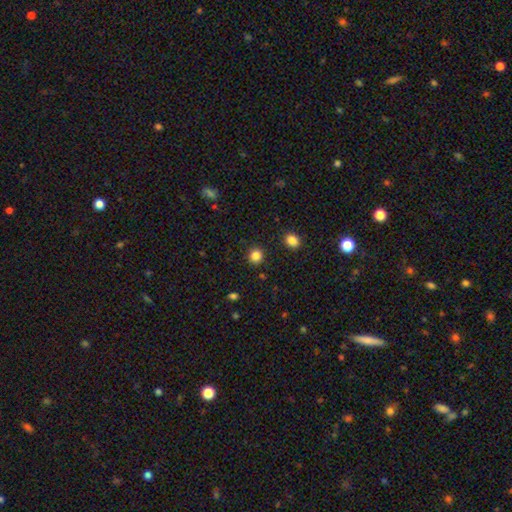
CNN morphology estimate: Smooth or featured: smooth — 84% (star or artifact — 12%)
How rounded: round — 87% (in between — 12%)
Merging: none — 90% (minor disturbance — 6%)